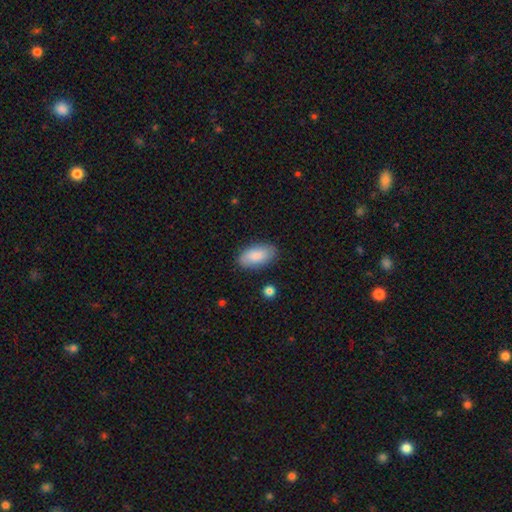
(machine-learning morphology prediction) smooth-or-featured: smooth: 87% | featured or disk: 7% | star or artifact: 6%
  how-rounded: in between: 93% | cigar-shaped: 4% | round: 3%
  merging: none: 84% | minor disturbance: 12% | major disturbance: 3% | merger: 2%